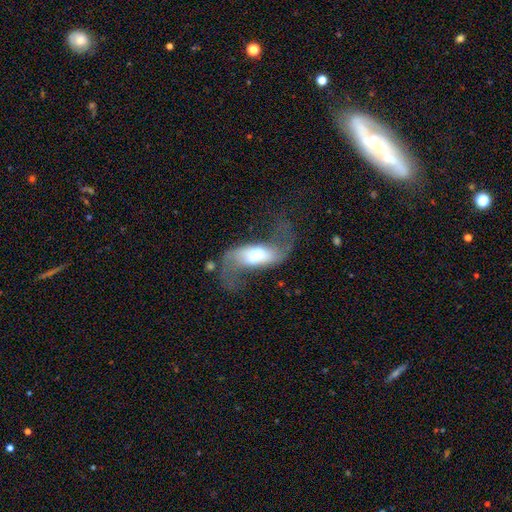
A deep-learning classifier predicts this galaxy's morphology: Smooth or featured?
  - featured or disk: 75% *
  - smooth: 19%
  - star or artifact: 6%
Edge-on disk?
  - no: 90% *
  - yes: 10%
Bar?
  - no: 40% *
  - weak: 31%
  - strong: 29%
Spiral arms?
  - yes: 84% *
  - no: 16%
Spiral winding?
  - loose: 88% *
  - medium: 9%
  - tight: 3%
Spiral arm count?
  - 2: 91% *
  - can't tell: 3%
  - 1: 3%
  - 3: 1%
  - 4: 1%
  - more than 4: 1%
Bulge size?
  - moderate: 63% *
  - small: 17%
  - large: 15%
  - dominant: 3%
  - none: 1%
Merging?
  - none: 47% *
  - major disturbance: 31%
  - minor disturbance: 17%
  - merger: 5%